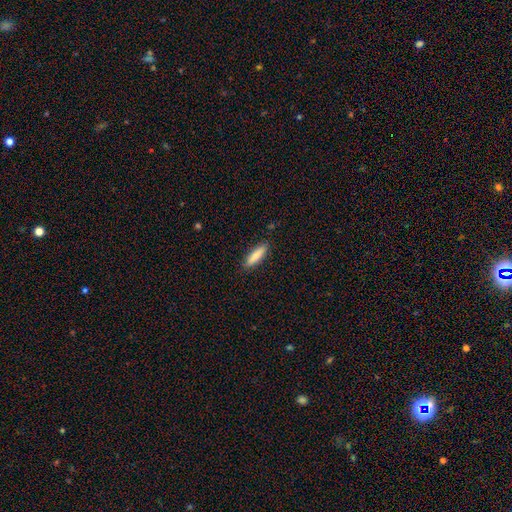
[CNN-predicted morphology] Overall: smooth (86%). How rounded: cigar-shaped (70%). Merging: none (88%).